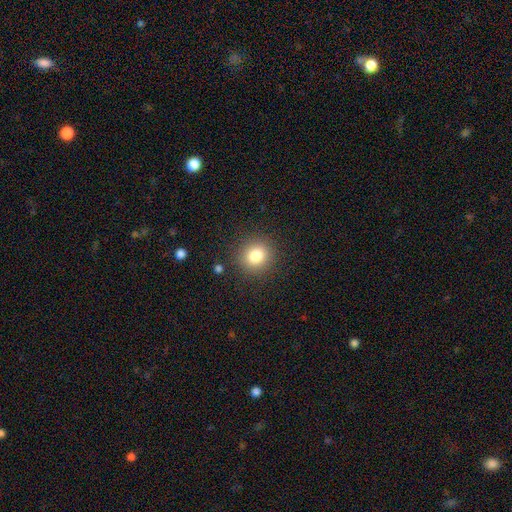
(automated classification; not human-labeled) smooth-or-featured: smooth: 81% | star or artifact: 12% | featured or disk: 7%
  how-rounded: round: 89% | in between: 10% | cigar-shaped: 1%
  merging: none: 89% | minor disturbance: 7% | major disturbance: 3% | merger: 2%